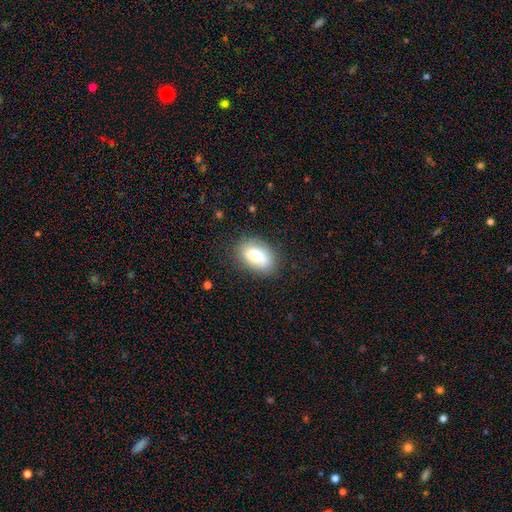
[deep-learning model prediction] Smooth or featured: smooth — 71% (featured or disk — 21%)
How rounded: in between — 85% (round — 13%)
Merging: none — 74% (minor disturbance — 18%)